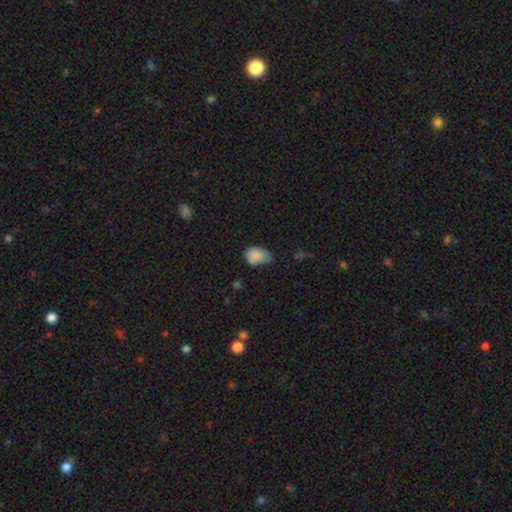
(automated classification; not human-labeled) Smooth or featured? smooth (82%)
How rounded? in between (81%)
Merging? none (43%)